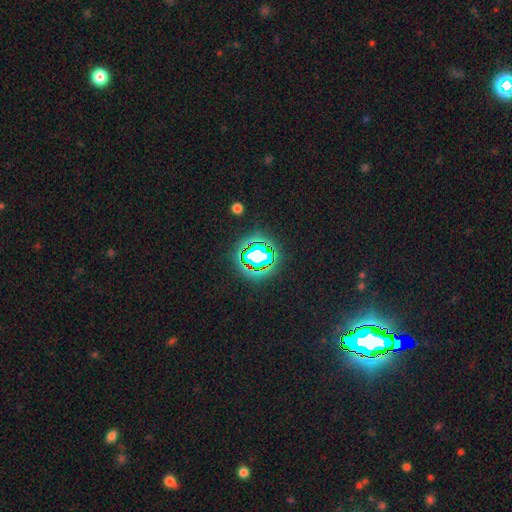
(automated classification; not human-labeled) smooth_or_featured: star or artifact (p=0.75) [alt: smooth p=0.15]